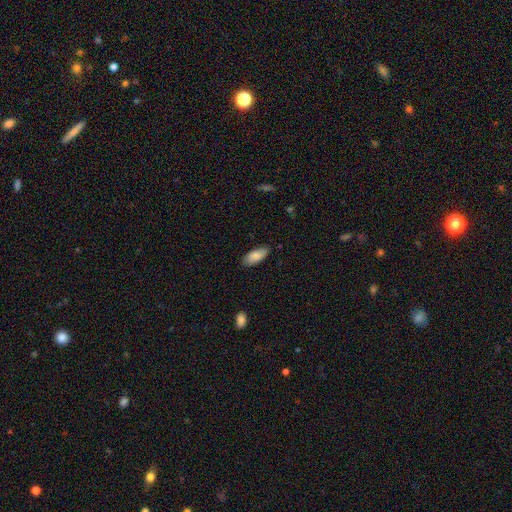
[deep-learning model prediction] This appears to be a smooth galaxy with no disk features (84%) that is in between round and cigar-shaped (82%). Merging: none (83%).